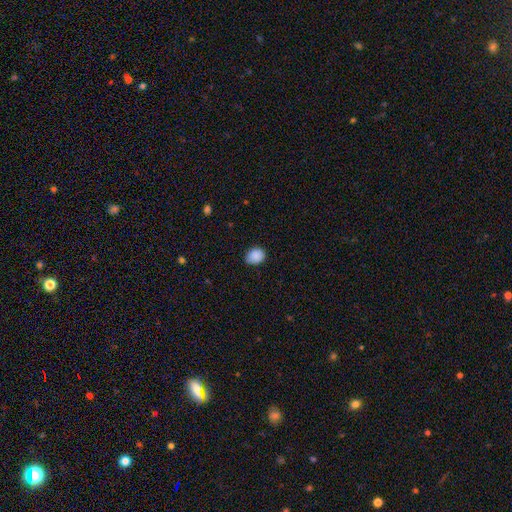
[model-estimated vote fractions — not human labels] A smooth galaxy with no disk features (89%) that is in between round and cigar-shaped (52%).

Vote fractions:
- Smooth or featured? smooth: 89% / star or artifact: 8% / featured or disk: 3%
- How rounded? in between: 52% / round: 48% / cigar-shaped: 1%
- Merging? none: 80% / minor disturbance: 16% / major disturbance: 3% / merger: 1%